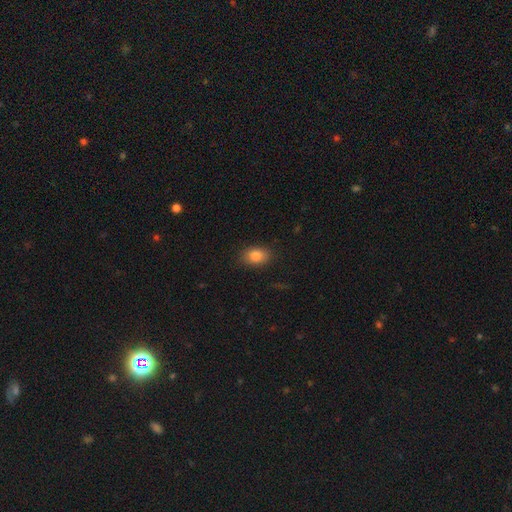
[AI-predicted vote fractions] smooth 84%, star or artifact 9%, featured or disk 7%. Down the decision tree: how rounded — in between (81%); merging — none (87%).